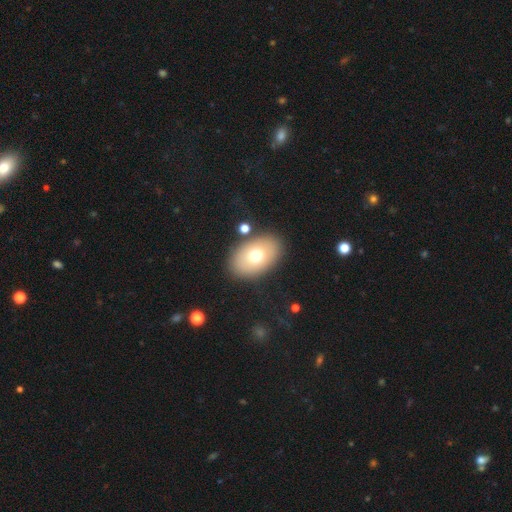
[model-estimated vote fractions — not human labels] Smooth or featured? smooth (70%)
How rounded? in between (86%)
Merging? none (84%)